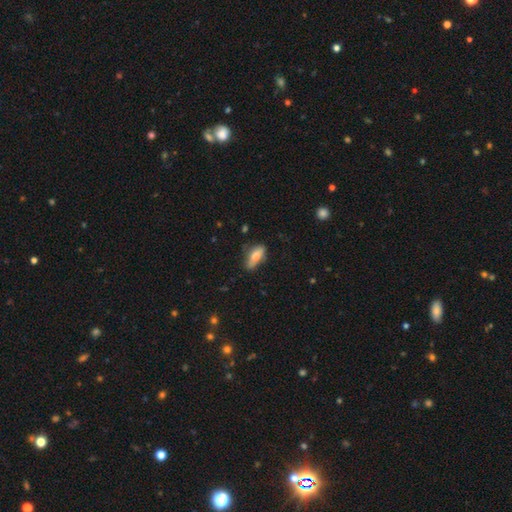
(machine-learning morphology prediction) type=smooth (72%); roundness=in between (74%); merging=none (59%).